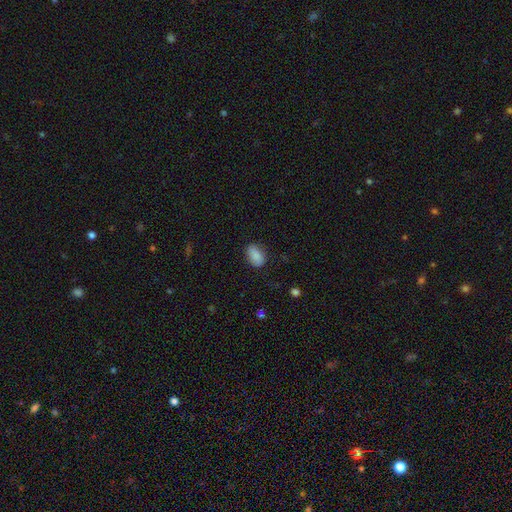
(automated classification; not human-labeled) The model was most divided on "merging": none: 77%, minor disturbance: 18%, major disturbance: 4%, merger: 1%. More confident: how rounded — in between (86%); smooth or featured — smooth (85%).